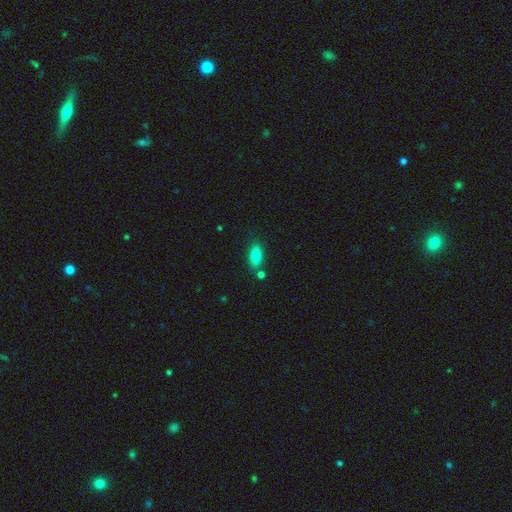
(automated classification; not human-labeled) Smooth or featured?
  - smooth: 82% *
  - featured or disk: 9%
  - star or artifact: 9%
How rounded?
  - in between: 87% *
  - cigar-shaped: 9%
  - round: 4%
Merging?
  - none: 76% *
  - minor disturbance: 12%
  - merger: 9%
  - major disturbance: 3%